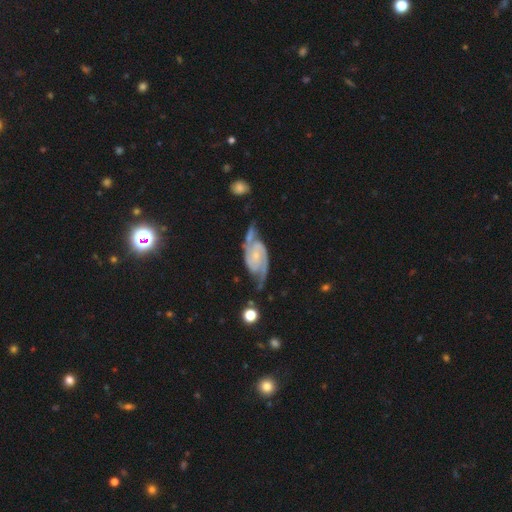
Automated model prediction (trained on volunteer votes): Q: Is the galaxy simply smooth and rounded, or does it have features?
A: featured or disk — 91%.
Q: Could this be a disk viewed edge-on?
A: no — 97%.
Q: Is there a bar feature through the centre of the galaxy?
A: no — 50%.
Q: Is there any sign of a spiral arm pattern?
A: yes — 98%.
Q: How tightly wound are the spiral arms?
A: medium — 51%.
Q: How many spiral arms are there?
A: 2 — 92%.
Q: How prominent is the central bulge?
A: small — 68%.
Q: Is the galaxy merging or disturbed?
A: none — 67%.